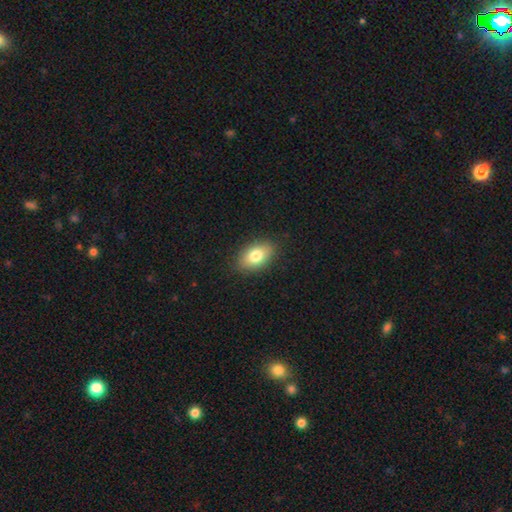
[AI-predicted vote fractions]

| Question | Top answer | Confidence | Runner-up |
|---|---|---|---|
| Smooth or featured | smooth | 79% | featured or disk (13%) |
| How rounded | in between | 89% | round (9%) |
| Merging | none | 87% | minor disturbance (10%) |